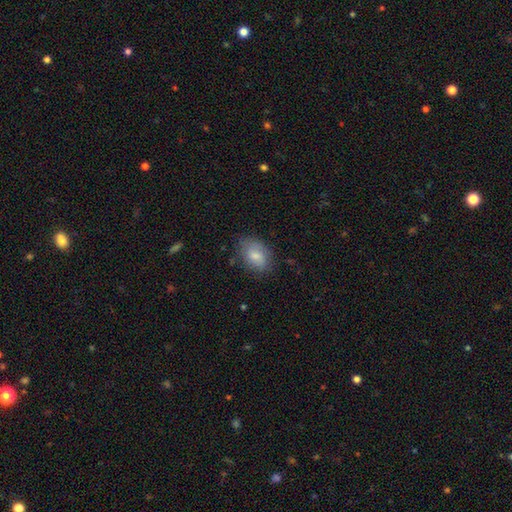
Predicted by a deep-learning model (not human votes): Smooth or featured?
  - smooth: 78% *
  - featured or disk: 15%
  - star or artifact: 7%
How rounded?
  - in between: 83% *
  - round: 16%
  - cigar-shaped: 1%
Merging?
  - none: 70% *
  - minor disturbance: 22%
  - major disturbance: 6%
  - merger: 2%